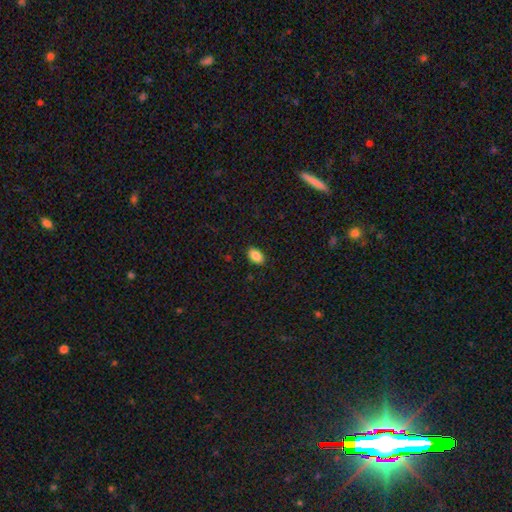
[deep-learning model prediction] This is clearly a smooth galaxy (88%). How rounded: clearly in between (90%). Merging: clearly none (89%).